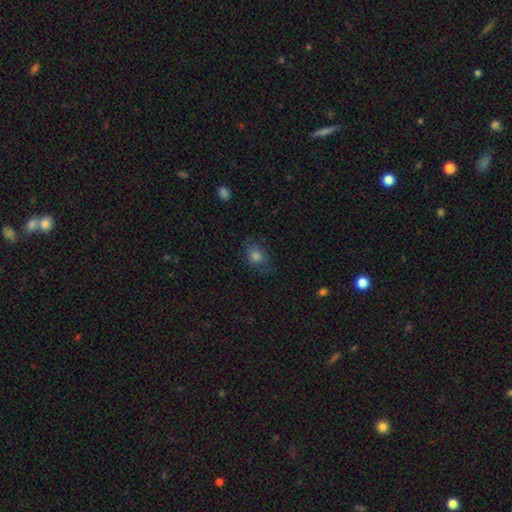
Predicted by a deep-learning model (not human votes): Smooth or featured? Predicted: smooth (p=0.74). How rounded? Predicted: in between (p=0.58). Merging? Predicted: none (p=0.70).